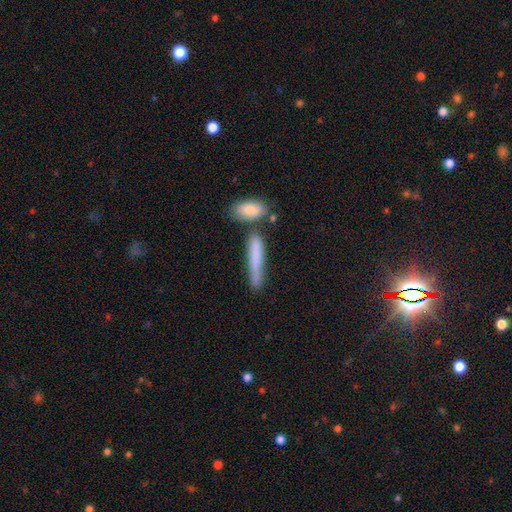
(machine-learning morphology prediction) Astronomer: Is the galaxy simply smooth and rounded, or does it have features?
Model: smooth — 73%.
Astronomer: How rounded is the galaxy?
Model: cigar-shaped — 87%.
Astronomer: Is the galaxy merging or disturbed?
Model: none — 56%.